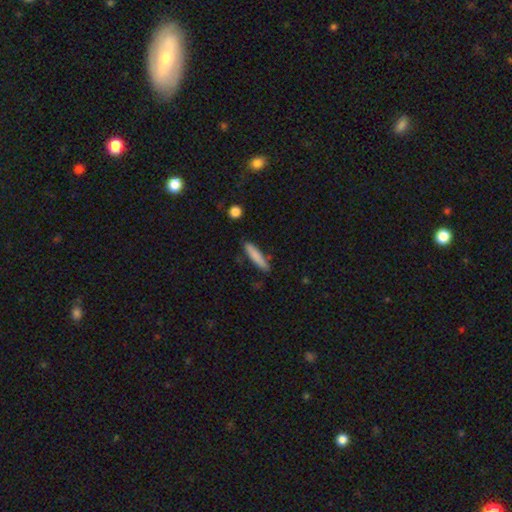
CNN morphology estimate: The model was most divided on "merging": none: 81%, minor disturbance: 13%, merger: 3%, major disturbance: 2%. More confident: how rounded — cigar-shaped (85%); smooth or featured — smooth (82%).